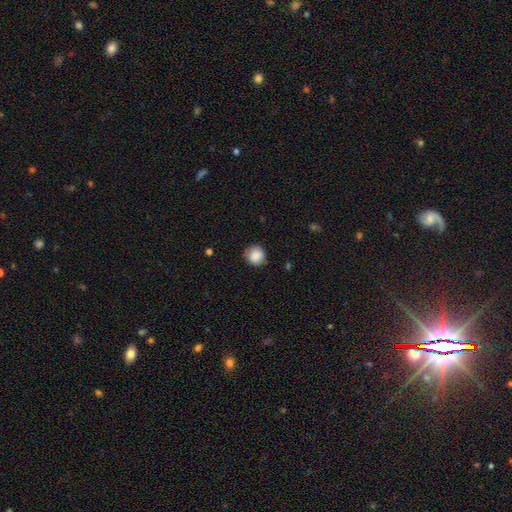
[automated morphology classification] type=smooth (87%); roundness=round (89%); merging=none (80%).